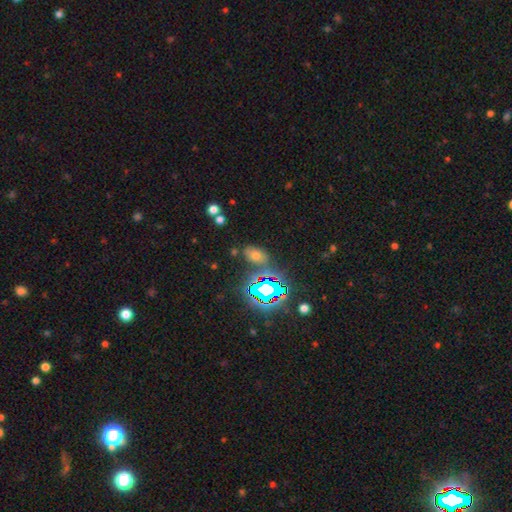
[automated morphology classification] This appears to be a smooth galaxy with no disk features (52%) that is in between round and cigar-shaped (84%). Merging: none (73%).